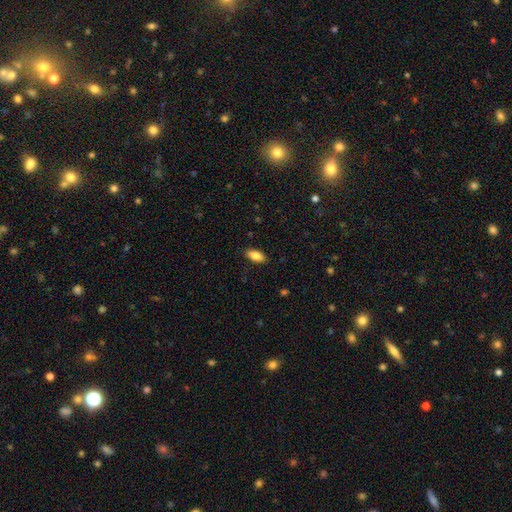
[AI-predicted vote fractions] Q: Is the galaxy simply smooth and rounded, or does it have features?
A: smooth — 87%.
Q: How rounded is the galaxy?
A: in between — 89%.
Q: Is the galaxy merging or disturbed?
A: none — 88%.